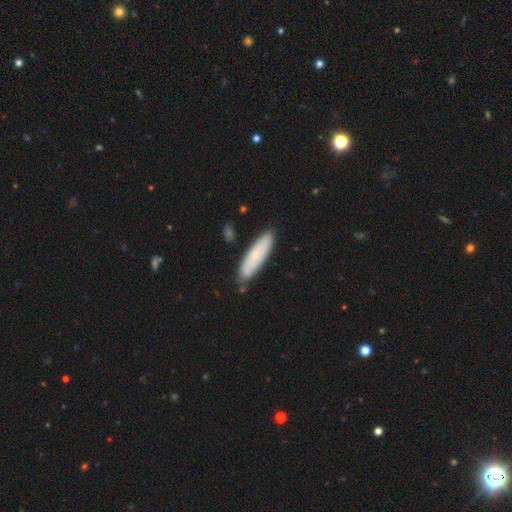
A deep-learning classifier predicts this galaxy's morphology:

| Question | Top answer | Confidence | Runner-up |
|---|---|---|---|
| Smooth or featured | smooth | 71% | featured or disk (23%) |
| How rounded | cigar-shaped | 69% | in between (30%) |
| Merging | none | 82% | minor disturbance (13%) |